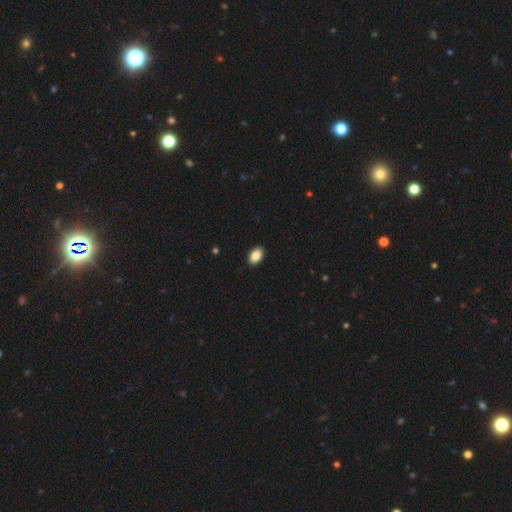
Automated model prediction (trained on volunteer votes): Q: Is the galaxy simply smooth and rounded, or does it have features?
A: smooth — 87%.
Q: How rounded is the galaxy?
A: in between — 90%.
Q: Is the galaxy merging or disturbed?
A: none — 91%.